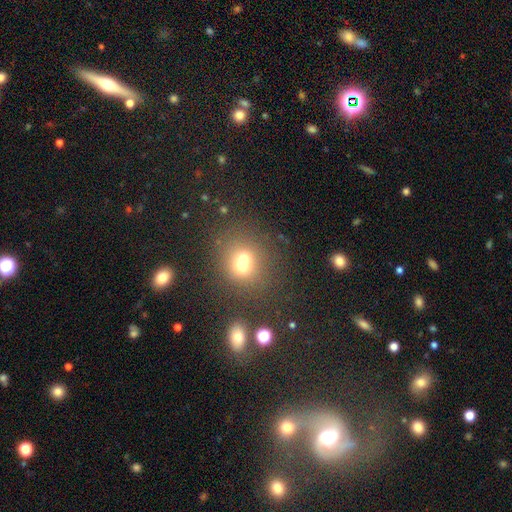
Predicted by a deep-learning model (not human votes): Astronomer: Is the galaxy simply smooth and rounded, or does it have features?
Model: smooth — 58%.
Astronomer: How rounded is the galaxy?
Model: round — 64%.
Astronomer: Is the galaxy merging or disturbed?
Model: none — 51% (runner-up: merger, 32%).